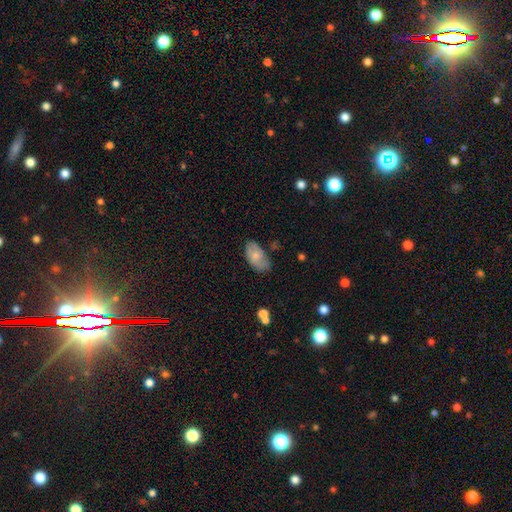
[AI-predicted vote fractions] Q: Smooth or featured?
A: smooth (66%); runner-up: featured or disk (28%)
Q: How rounded?
A: in between (93%); runner-up: round (5%)
Q: Merging?
A: none (62%); runner-up: minor disturbance (29%)